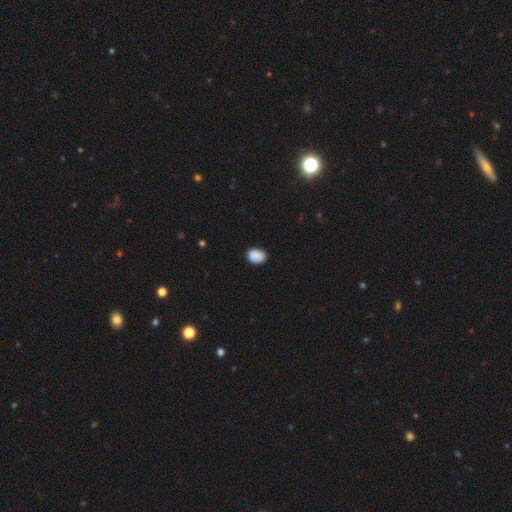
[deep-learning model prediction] A smooth galaxy with no disk features (89%) that is in between round and cigar-shaped (64%).

Vote fractions:
- Smooth or featured? smooth: 89% / star or artifact: 8% / featured or disk: 3%
- How rounded? in between: 64% / round: 35% / cigar-shaped: 1%
- Merging? none: 83% / minor disturbance: 14% / major disturbance: 2% / merger: 1%